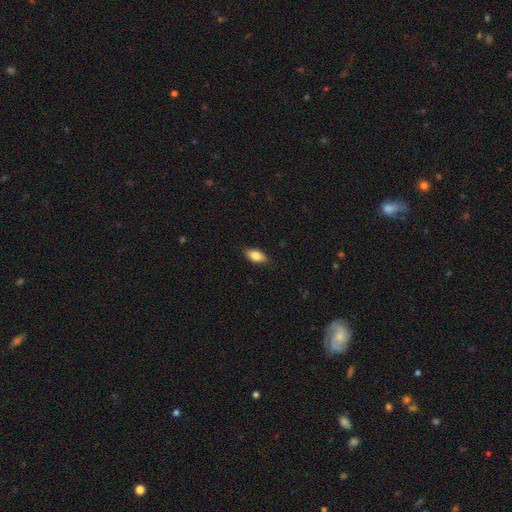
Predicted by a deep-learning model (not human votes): smooth_or_featured: smooth (p=0.81) [alt: featured or disk p=0.12]
how_rounded: in between (p=0.90) [alt: cigar-shaped p=0.06]
merging: none (p=0.87) [alt: minor disturbance p=0.10]